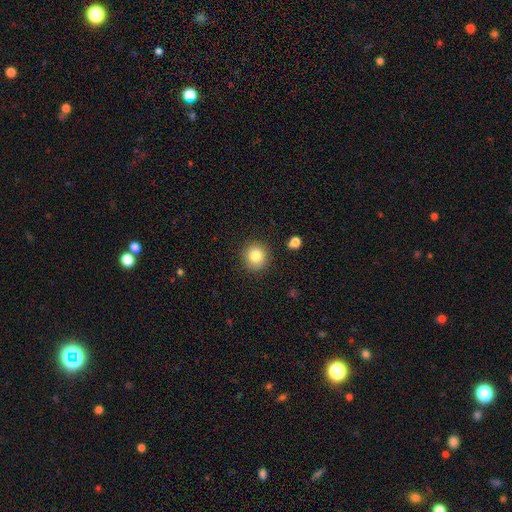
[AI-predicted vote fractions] Smooth or featured: smooth — 82% (star or artifact — 10%)
How rounded: round — 92% (in between — 7%)
Merging: none — 88% (minor disturbance — 8%)